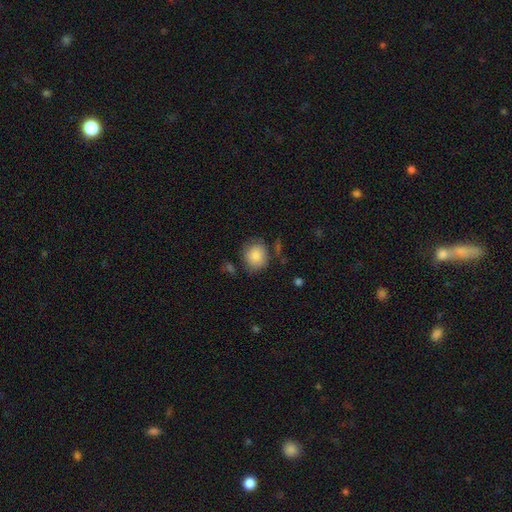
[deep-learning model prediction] A smooth galaxy with no disk features (85%) that is round (74%).

Vote fractions:
- Smooth or featured? smooth: 85% / featured or disk: 8% / star or artifact: 7%
- How rounded? round: 74% / in between: 25% / cigar-shaped: 1%
- Merging? none: 71% / minor disturbance: 20% / major disturbance: 6% / merger: 4%